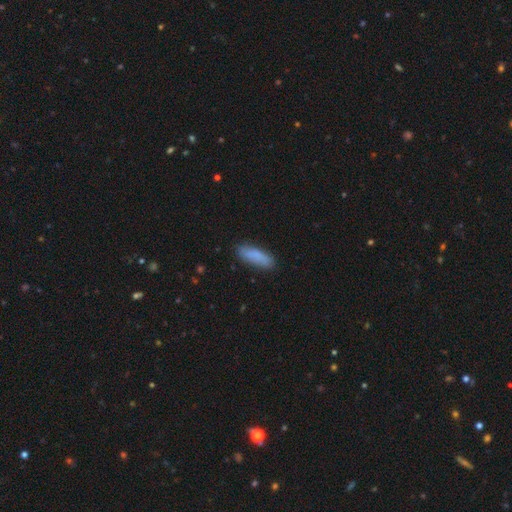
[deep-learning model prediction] Morphology: type=smooth (84%); roundness=cigar-shaped (51%); merging=none (84%).